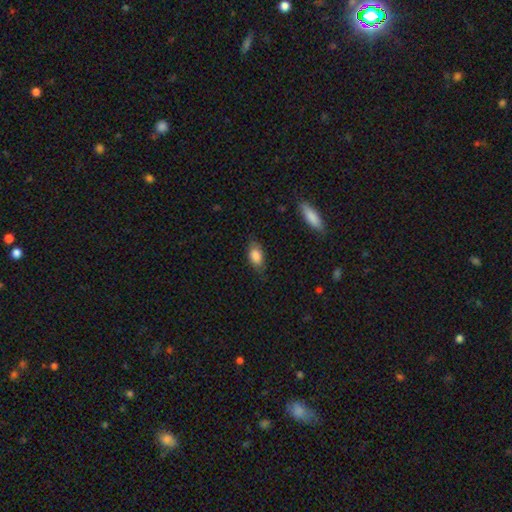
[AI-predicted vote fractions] A smooth galaxy with no disk features (82%) that is in between round and cigar-shaped (88%).

Vote fractions:
- Smooth or featured? smooth: 82% / featured or disk: 11% / star or artifact: 8%
- How rounded? in between: 88% / round: 6% / cigar-shaped: 5%
- Merging? none: 74% / minor disturbance: 20% / major disturbance: 5% / merger: 1%